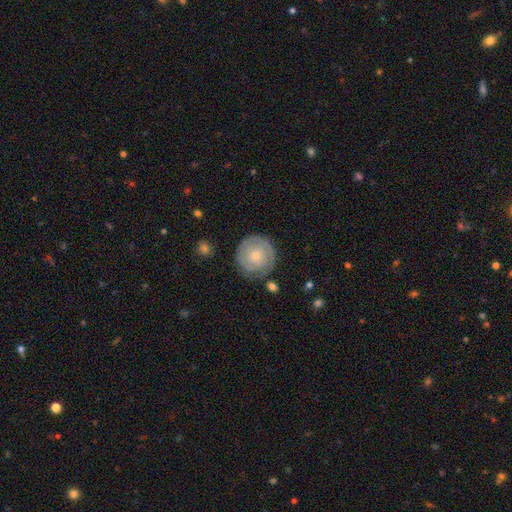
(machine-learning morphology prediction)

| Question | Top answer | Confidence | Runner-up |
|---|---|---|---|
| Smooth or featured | featured or disk | 55% | smooth (38%) |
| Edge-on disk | no | 98% | yes (2%) |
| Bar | no | 79% | weak (18%) |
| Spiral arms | yes | 83% | no (17%) |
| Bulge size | small | 70% | moderate (23%) |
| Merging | none | 80% | minor disturbance (14%) |